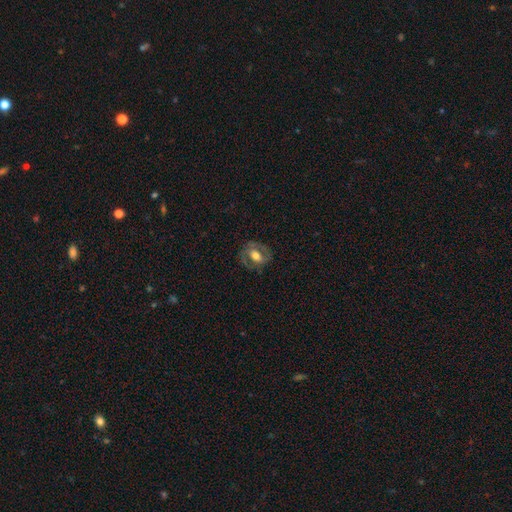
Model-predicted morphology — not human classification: The model was most divided on "spiral arms": no: 57%, yes: 43%. Remaining: edge-on disk — no (94%); merging — none (72%); bulge size — moderate (58%); smooth or featured — featured or disk (54%); bar — no (48%).